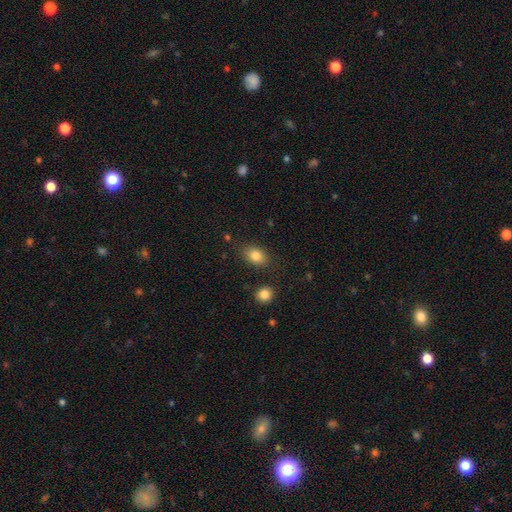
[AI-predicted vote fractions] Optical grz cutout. It shows a smooth galaxy with no disk features (83%) that is in between round and cigar-shaped (77%). Merging: none (81%).